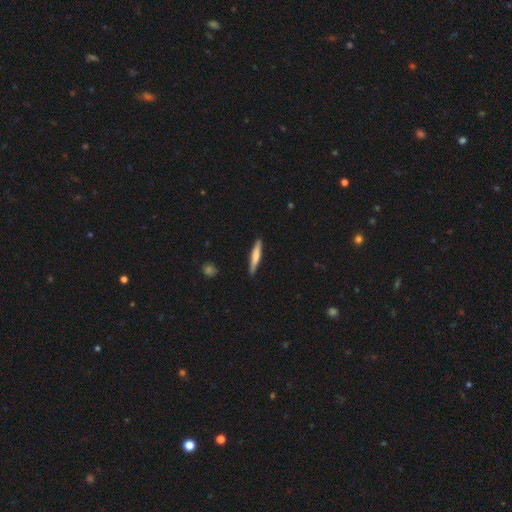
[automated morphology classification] Overall: smooth (65%; featured or disk 30%). How rounded: cigar-shaped (91%). Merging: none (87%).